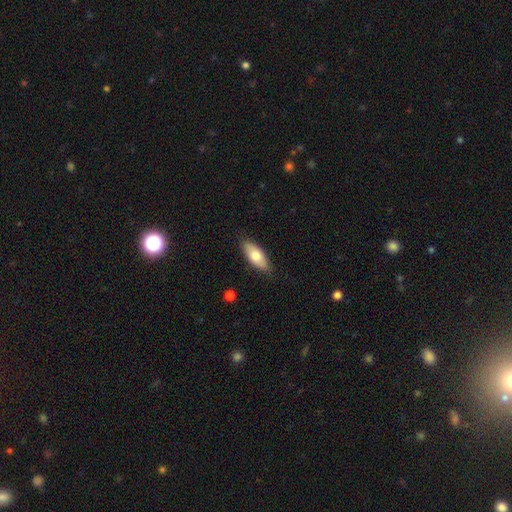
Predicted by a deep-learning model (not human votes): A smooth galaxy with no disk features (72%) that is in between round and cigar-shaped (78%).

Vote fractions:
- Smooth or featured? smooth: 72% / featured or disk: 22% / star or artifact: 6%
- How rounded? in between: 78% / cigar-shaped: 19% / round: 2%
- Merging? none: 85% / minor disturbance: 12% / major disturbance: 2% / merger: 1%